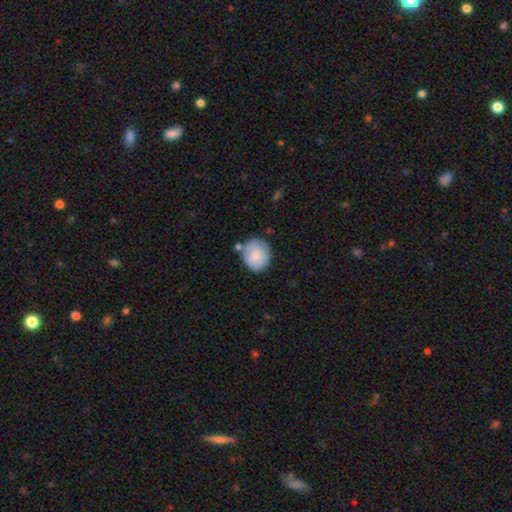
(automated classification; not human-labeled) smooth-or-featured: smooth: 82% | featured or disk: 12% | star or artifact: 6%
  how-rounded: round: 74% | in between: 25% | cigar-shaped: 1%
  merging: none: 70% | minor disturbance: 17% | merger: 9% | major disturbance: 4%